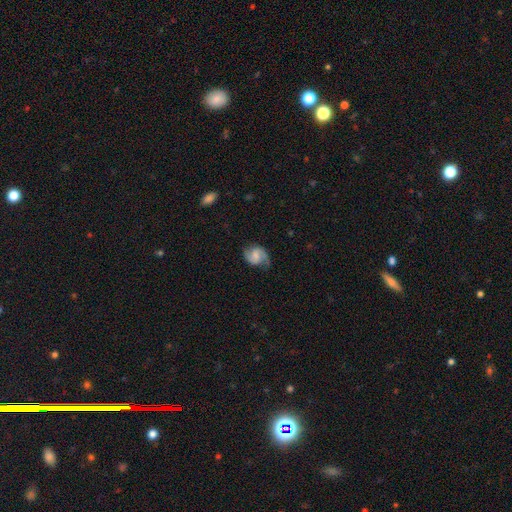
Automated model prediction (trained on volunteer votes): Smooth or featured? Predicted: featured or disk (p=0.76). Edge-on disk? Predicted: no (p=0.98). Bar? Predicted: weak (p=0.52). Spiral arms? Predicted: yes (p=0.95). Spiral winding? Predicted: medium (p=0.50). Spiral arm count? Predicted: 2 (p=0.89). Bulge size? Predicted: small (p=0.33). Merging? Predicted: none (p=0.72).